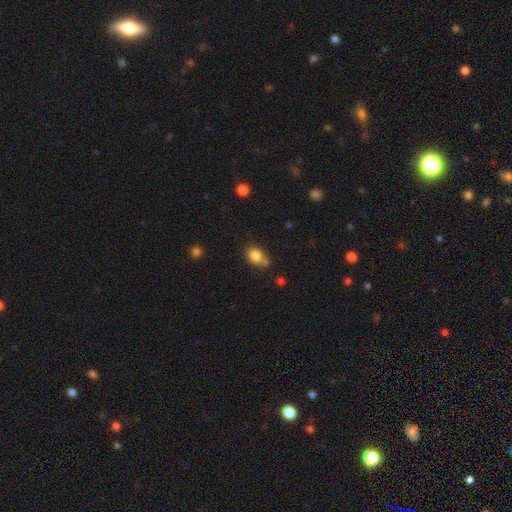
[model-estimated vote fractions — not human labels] Q: Smooth or featured?
A: smooth (82%); runner-up: star or artifact (11%)
Q: How rounded?
A: round (55%); runner-up: in between (44%)
Q: Merging?
A: none (58%); runner-up: merger (19%)